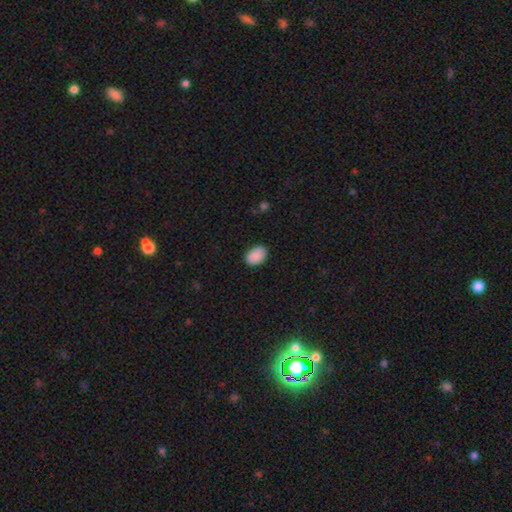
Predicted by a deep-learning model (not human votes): Q: Smooth or featured?
A: smooth (90%); runner-up: star or artifact (7%)
Q: How rounded?
A: in between (87%); runner-up: round (12%)
Q: Merging?
A: none (88%); runner-up: minor disturbance (9%)